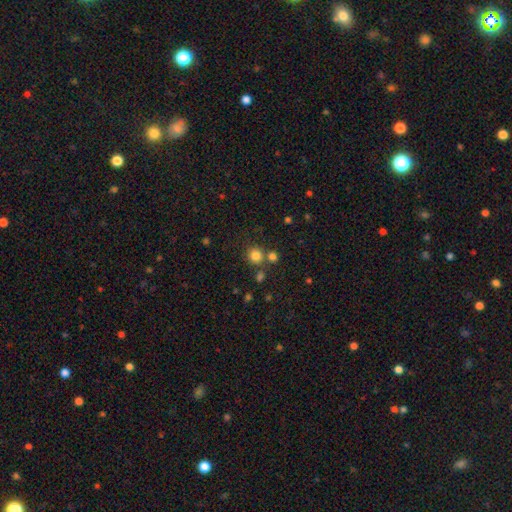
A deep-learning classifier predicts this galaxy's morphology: smooth_or_featured: smooth (p=0.80) [alt: star or artifact p=0.14]
how_rounded: round (p=0.91) [alt: in between p=0.08]
merging: none (p=0.73) [alt: merger p=0.16]